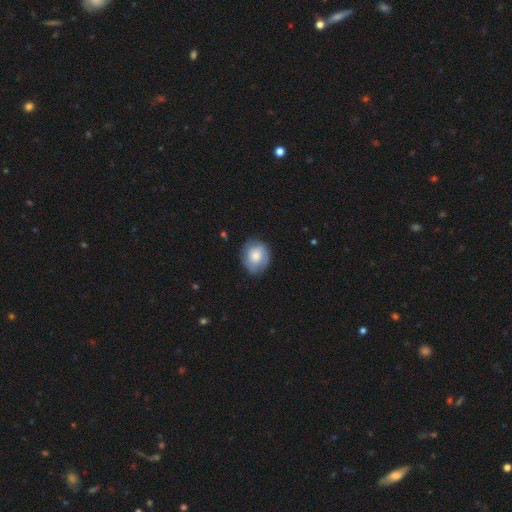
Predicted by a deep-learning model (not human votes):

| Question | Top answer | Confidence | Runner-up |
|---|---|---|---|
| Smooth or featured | smooth | 72% | featured or disk (21%) |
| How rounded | round | 68% | in between (31%) |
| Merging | none | 77% | minor disturbance (18%) |